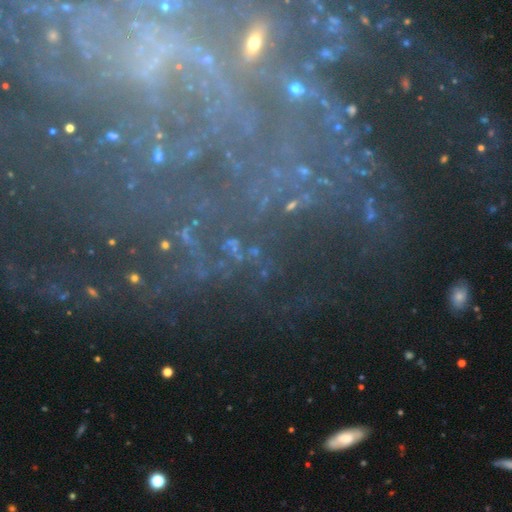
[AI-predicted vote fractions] Q: Smooth or featured?
A: star or artifact (45%); runner-up: featured or disk (40%)